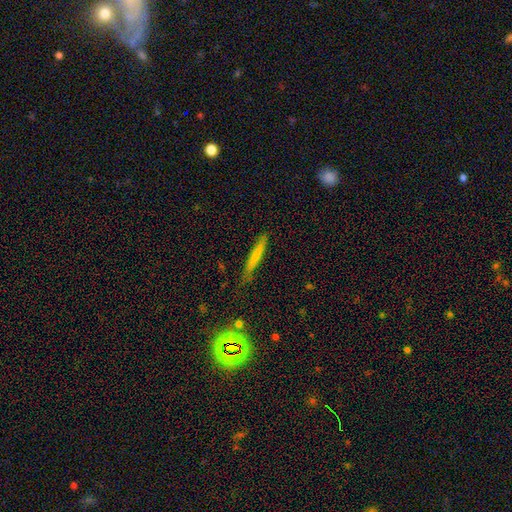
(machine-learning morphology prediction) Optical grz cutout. It shows a smooth galaxy with no disk features (66%) that is cigar-shaped (94%). Merging: none (75%).